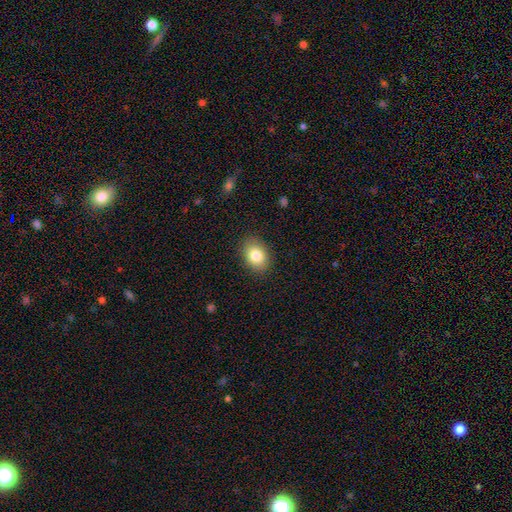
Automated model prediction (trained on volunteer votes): Morphology: type=smooth (82%); roundness=in between (76%); merging=none (87%).